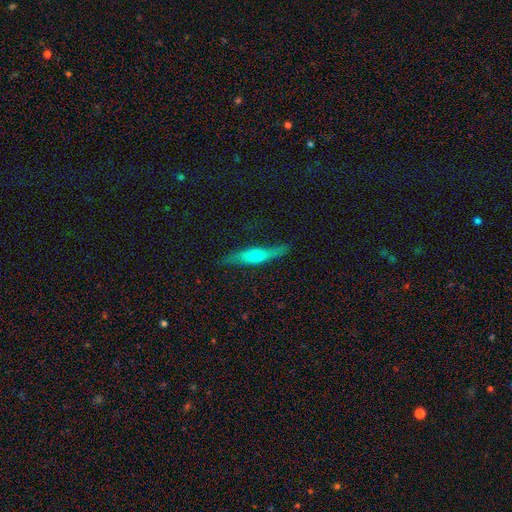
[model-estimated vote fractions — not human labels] The model was most divided on "smooth or featured": featured or disk: 47%, smooth: 46%, star or artifact: 7%. More confident: merging — none (75%).